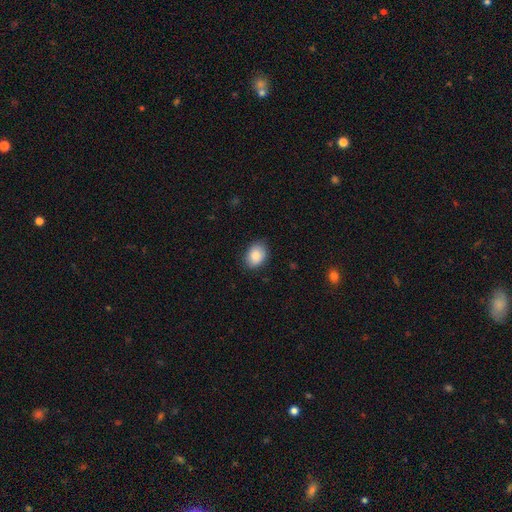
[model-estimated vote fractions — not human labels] Morphology: type=smooth (88%); roundness=in between (72%); merging=none (83%).